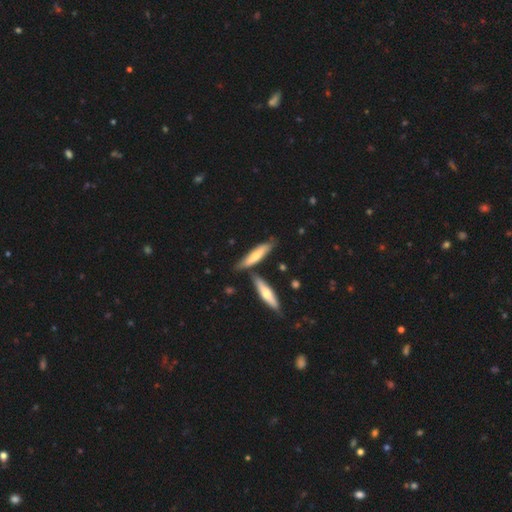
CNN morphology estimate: This is possibly a smooth galaxy (58%). How rounded: likely cigar-shaped (75%). Merging: likely none (68%).